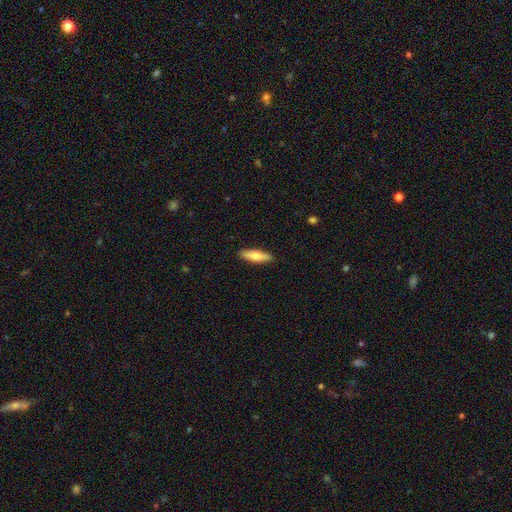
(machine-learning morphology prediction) Smooth or featured?
  - smooth: 67% *
  - featured or disk: 27%
  - star or artifact: 6%
How rounded?
  - cigar-shaped: 66% *
  - in between: 33%
  - round: 2%
Merging?
  - none: 90% *
  - minor disturbance: 8%
  - major disturbance: 2%
  - merger: 1%